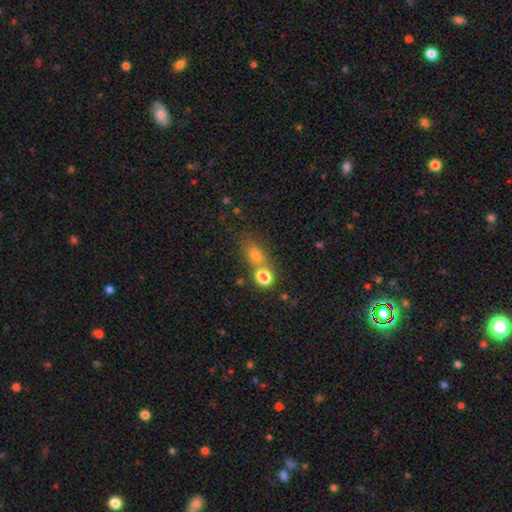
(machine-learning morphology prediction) Overall: smooth (69%). How rounded: in between (58%; round 37%). Merging: none (54%; merger 27%).